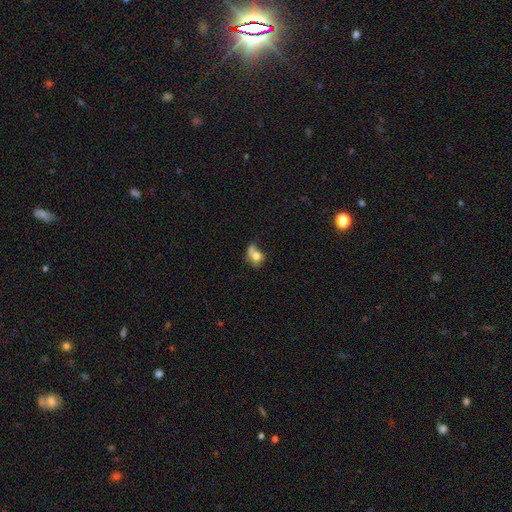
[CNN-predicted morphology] This is likely a smooth galaxy (67%). How rounded: possibly in between (59%). Merging: marginally major disturbance (31%).